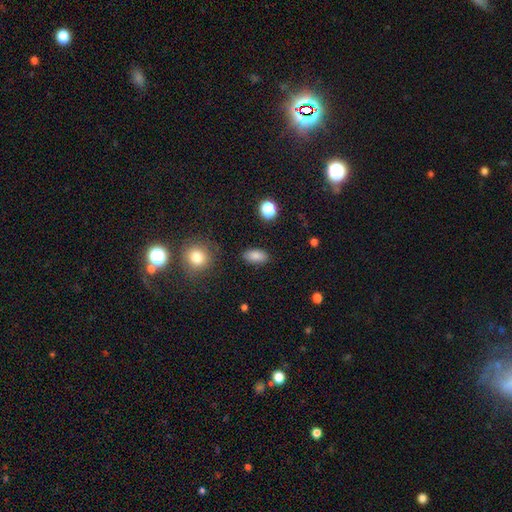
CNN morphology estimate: The model was most divided on "smooth or featured": smooth: 85%, star or artifact: 9%, featured or disk: 6%. More confident: how rounded — in between (91%); merging — none (87%).